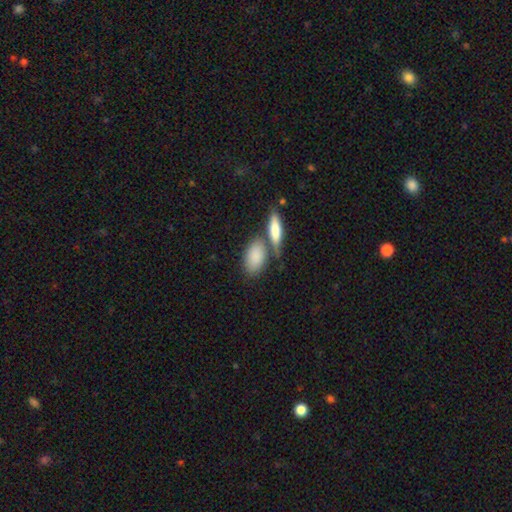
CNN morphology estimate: This is clearly a smooth galaxy (84%). How rounded: clearly in between (88%). Merging: possibly none (47%).